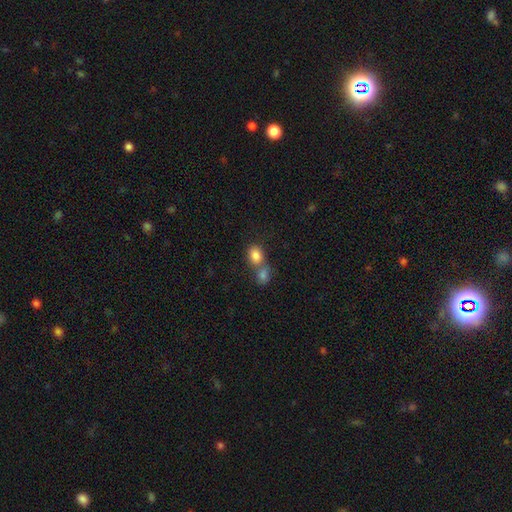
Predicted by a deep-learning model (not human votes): Morphology: type=smooth (84%); roundness=in between (53%); merging=merger (49%).